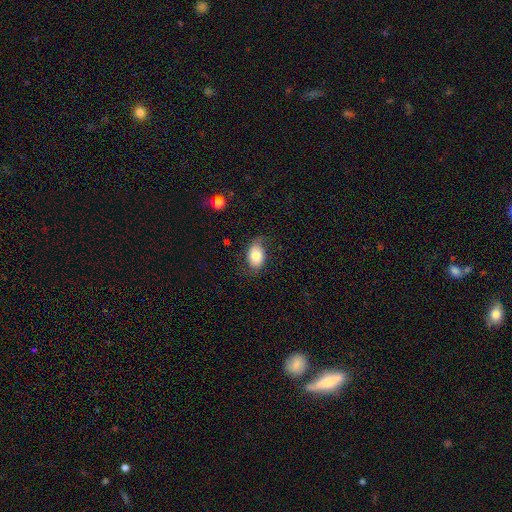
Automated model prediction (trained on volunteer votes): The model was most divided on "merging": none: 67%, minor disturbance: 24%, major disturbance: 8%, merger: 1%. More confident: how rounded — in between (86%); smooth or featured — smooth (74%).